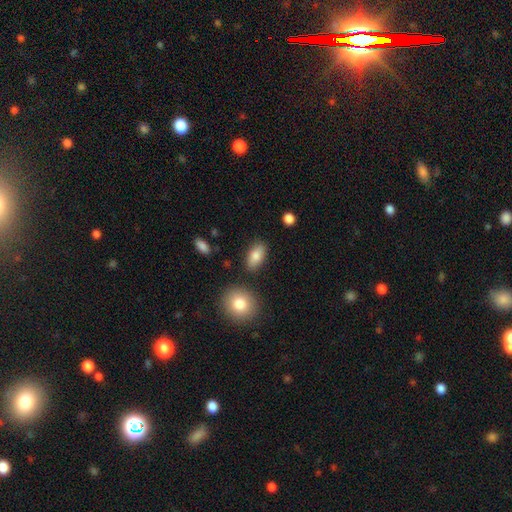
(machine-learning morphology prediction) type=smooth (81%); roundness=in between (89%); merging=none (83%).